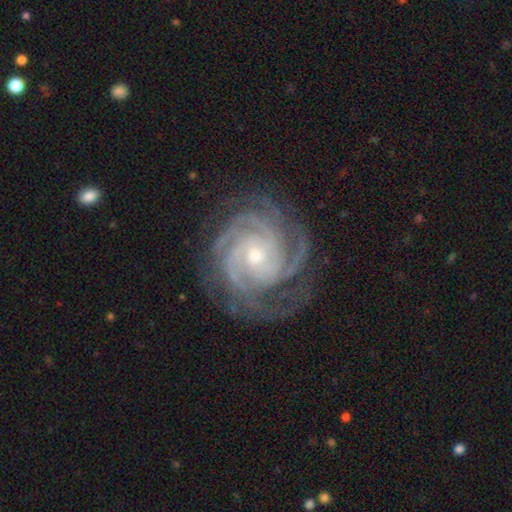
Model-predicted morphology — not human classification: Smooth or featured? Predicted: featured or disk (p=0.92). Edge-on disk? Predicted: no (p=0.98). Bar? Predicted: no (p=0.64). Spiral arms? Predicted: yes (p=0.99). Spiral winding? Predicted: tight (p=0.76). Spiral arm count? Predicted: 4 (p=0.31). Bulge size? Predicted: moderate (p=0.49). Merging? Predicted: none (p=0.78).